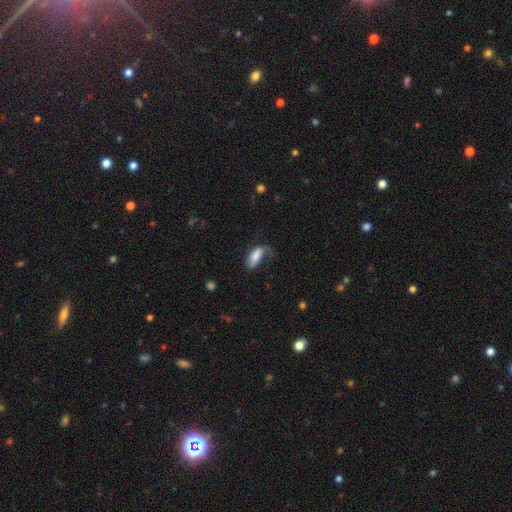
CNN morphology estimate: This is likely a smooth galaxy (75%). How rounded: likely in between (78%). Merging: marginally major disturbance (36%).